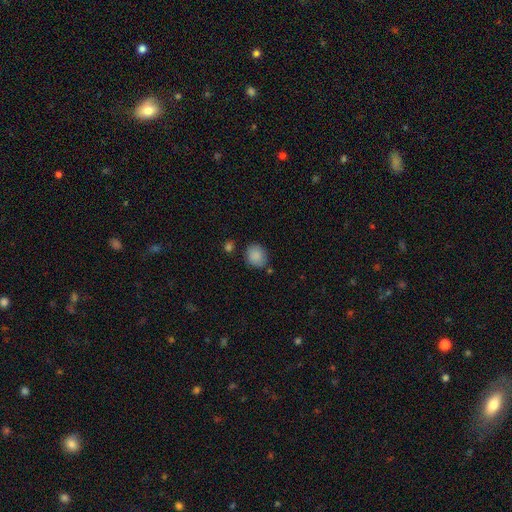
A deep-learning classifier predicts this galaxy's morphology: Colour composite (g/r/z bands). It shows a smooth galaxy with no disk features (87%) that is round (69%). Merging: none (75%).